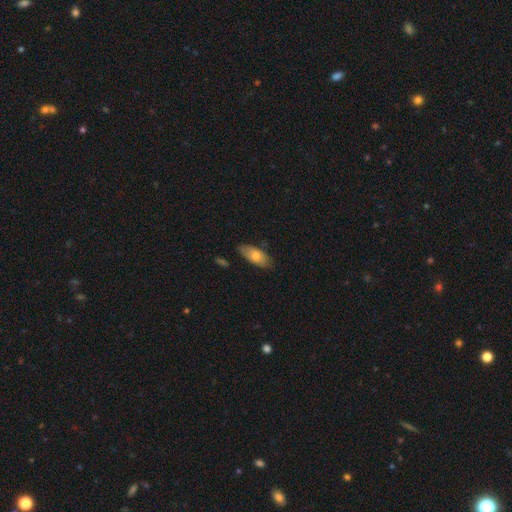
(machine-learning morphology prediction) Smooth or featured: smooth — 67% (featured or disk — 26%)
How rounded: in between — 85% (cigar-shaped — 12%)
Merging: none — 75% (minor disturbance — 20%)